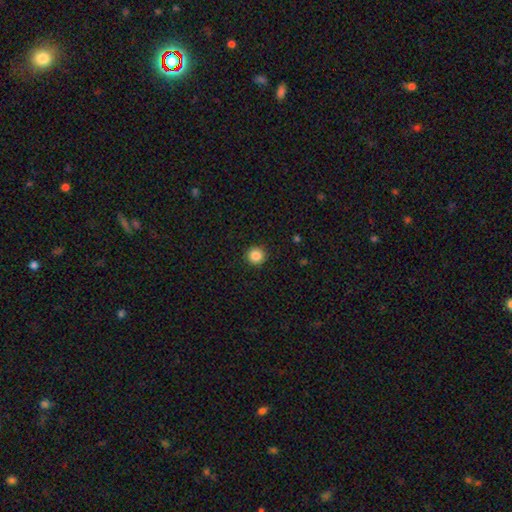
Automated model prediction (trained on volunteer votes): A smooth galaxy with no disk features (86%) that is round (94%). Merging: none (91%).